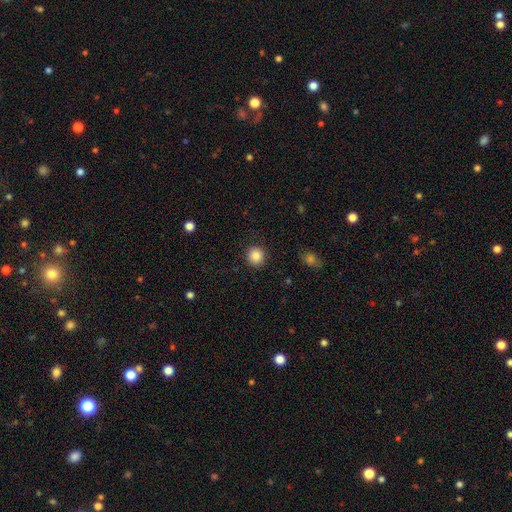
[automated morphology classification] smooth-or-featured: smooth: 87% | star or artifact: 9% | featured or disk: 4%
  how-rounded: round: 89% | in between: 10% | cigar-shaped: 1%
  merging: none: 89% | minor disturbance: 7% | major disturbance: 2% | merger: 1%